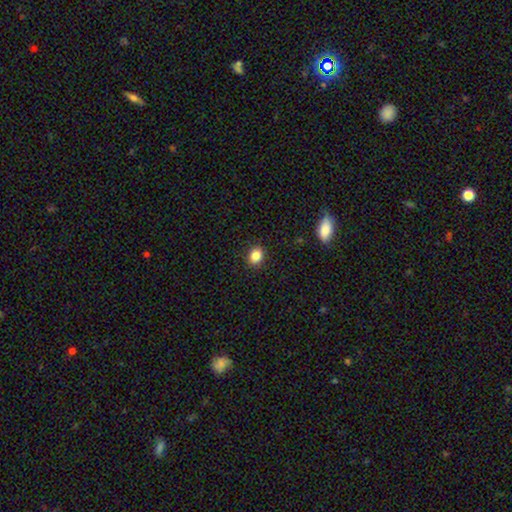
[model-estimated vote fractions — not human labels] Morphology: type=smooth (85%); roundness=round (56%); merging=none (90%).